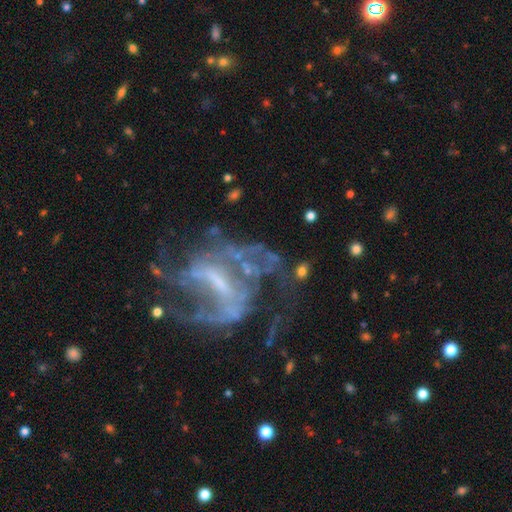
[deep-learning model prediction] Smooth or featured? featured or disk (83%)
Edge-on disk? no (97%)
Bar? weak (42%)
Spiral arms? yes (82%)
Spiral winding? medium (44%)
Spiral arm count? 2 (42%)
Bulge size? small (38%)
Merging? none (43%)